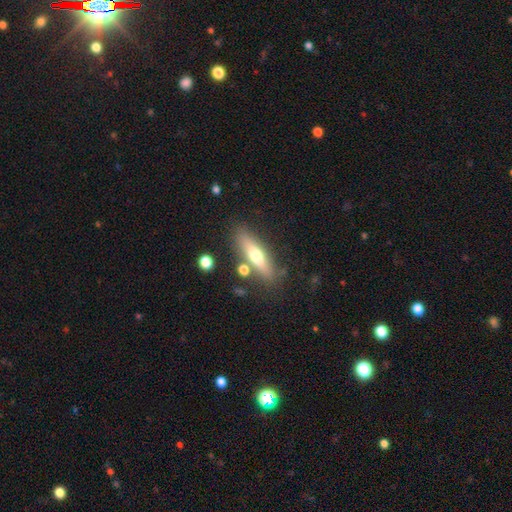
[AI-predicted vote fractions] A smooth galaxy with no disk features (56%) that is cigar-shaped (62%). Merging: none (77%).